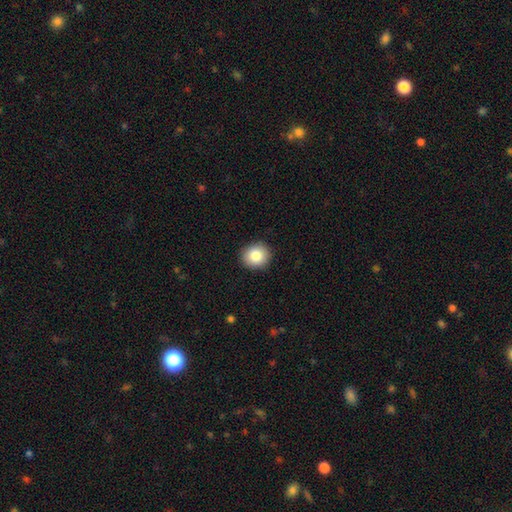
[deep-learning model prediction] Smooth or featured? Predicted: smooth (p=0.84). How rounded? Predicted: round (p=0.77). Merging? Predicted: none (p=0.91).